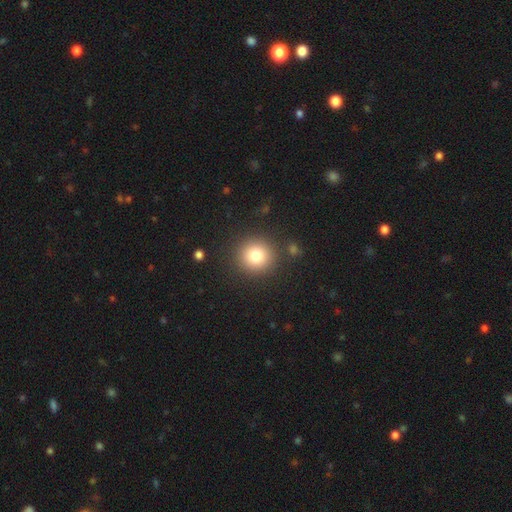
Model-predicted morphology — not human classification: A smooth galaxy with no disk features (81%) that is round (93%).

Vote fractions:
- Smooth or featured? smooth: 81% / star or artifact: 11% / featured or disk: 8%
- How rounded? round: 93% / in between: 7% / cigar-shaped: 1%
- Merging? none: 88% / minor disturbance: 6% / major disturbance: 3% / merger: 2%